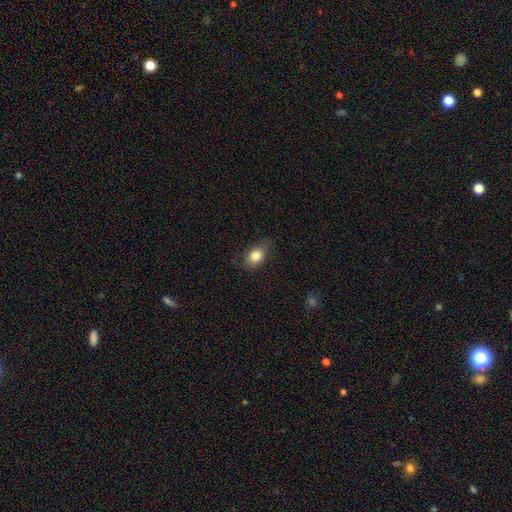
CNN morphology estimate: Smooth or featured? smooth (82%)
How rounded? in between (79%)
Merging? none (74%)